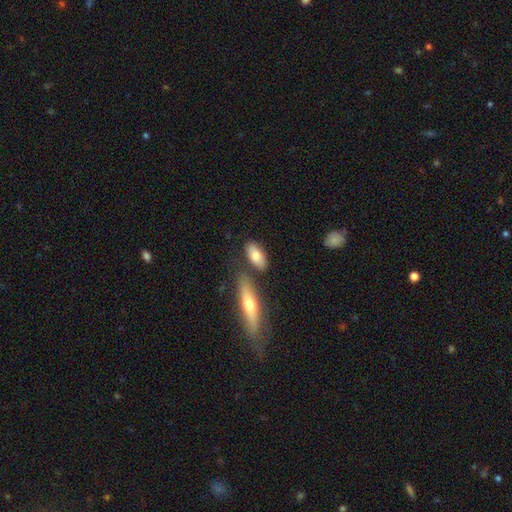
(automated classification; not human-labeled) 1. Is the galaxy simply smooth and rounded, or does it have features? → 76% smooth, 17% featured or disk, 6% star or artifact.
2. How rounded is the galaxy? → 82% in between, 15% cigar-shaped, 3% round.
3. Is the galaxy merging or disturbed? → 68% none, 14% minor disturbance, 14% merger, 4% major disturbance.